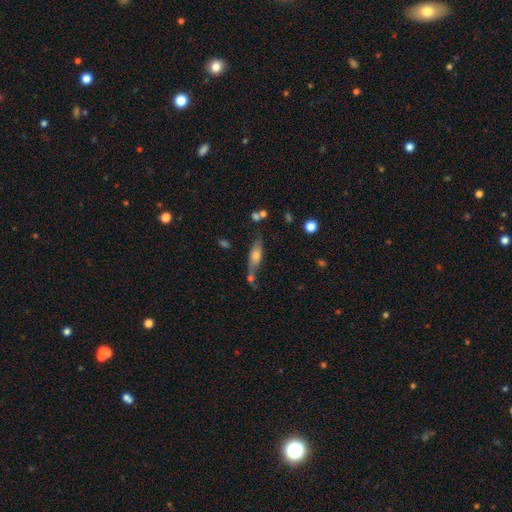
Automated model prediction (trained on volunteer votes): Smooth or featured? Predicted: smooth (p=0.55). How rounded? Predicted: in between (p=0.50). Merging? Predicted: none (p=0.40).